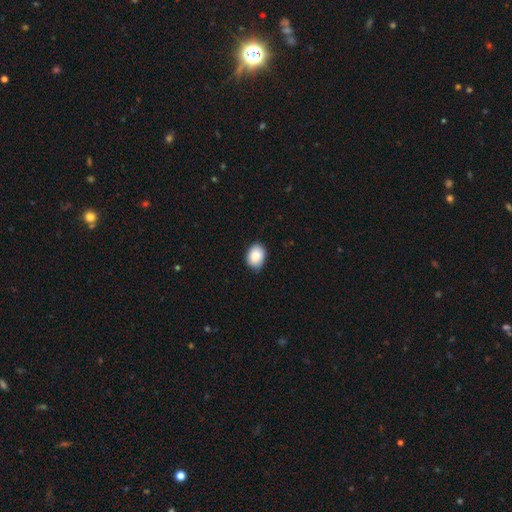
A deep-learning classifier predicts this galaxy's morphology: Smooth or featured? Predicted: smooth (p=0.88). How rounded? Predicted: in between (p=0.70). Merging? Predicted: none (p=0.81).